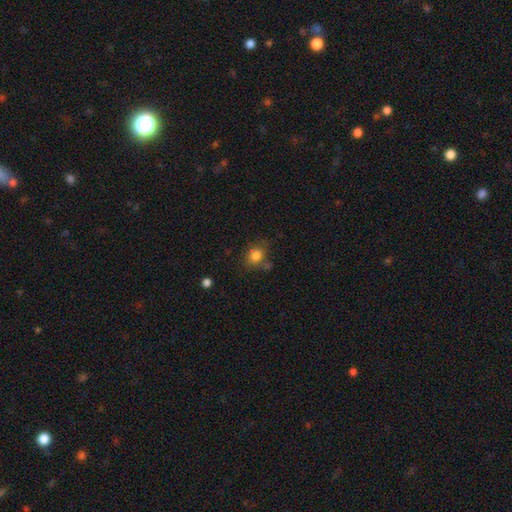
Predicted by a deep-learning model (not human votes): Overall: smooth (82%). How rounded: round (57%; in between 41%). Merging: none (64%).